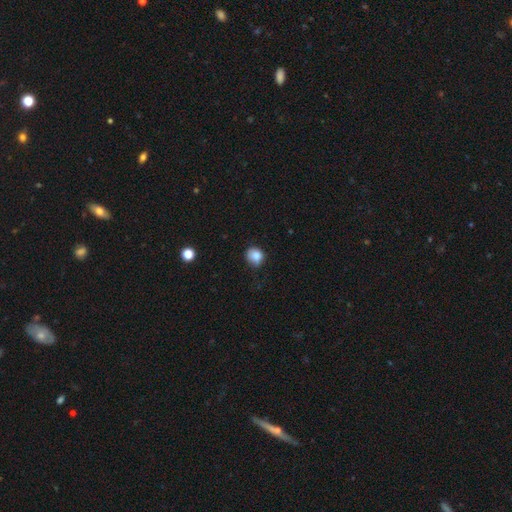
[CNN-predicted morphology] smooth-or-featured: smooth: 84% | star or artifact: 10% | featured or disk: 6%
  how-rounded: round: 75% | in between: 25% | cigar-shaped: 1%
  merging: none: 62% | minor disturbance: 29% | major disturbance: 6% | merger: 3%